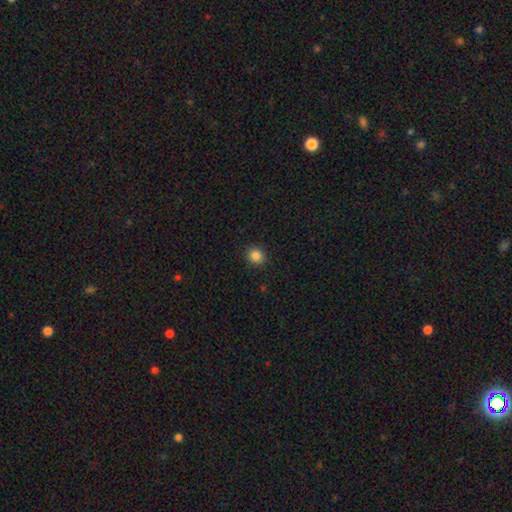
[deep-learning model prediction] This appears to be a smooth galaxy with no disk features (86%) that is round (86%). Merging: none (91%).